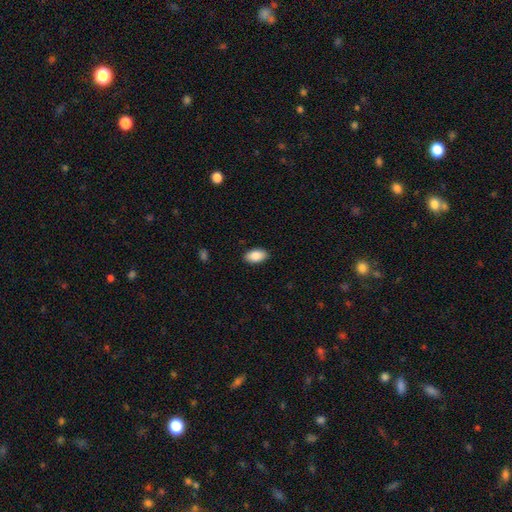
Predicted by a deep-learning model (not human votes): Morphology: type=smooth (88%); roundness=in between (95%); merging=none (89%).